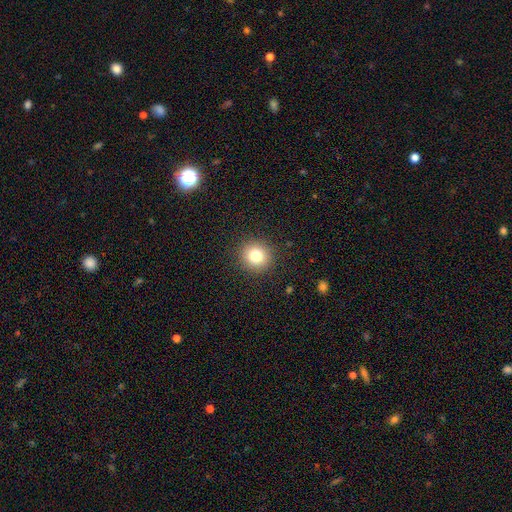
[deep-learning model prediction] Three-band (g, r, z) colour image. It shows a smooth galaxy with no disk features (79%) that is round (92%). Merging: none (91%).